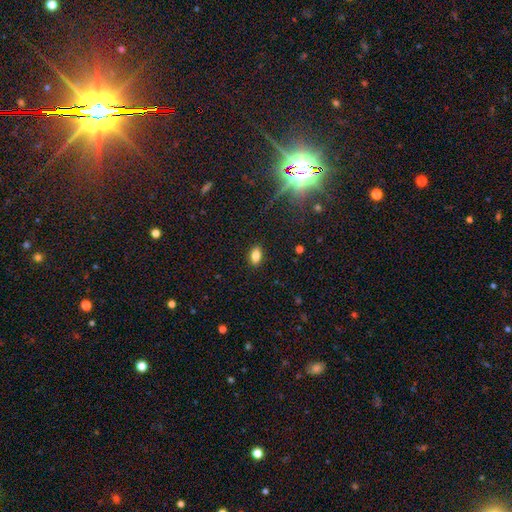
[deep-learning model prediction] Smooth or featured: smooth — 82% (star or artifact — 11%)
How rounded: in between — 88% (round — 8%)
Merging: none — 88% (minor disturbance — 9%)